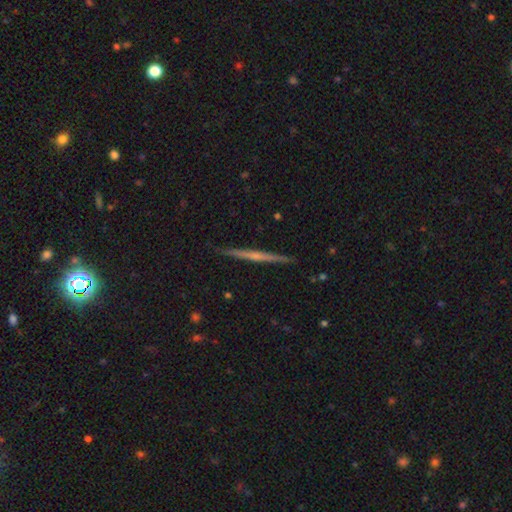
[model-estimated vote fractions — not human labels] This appears to be a featured or disk galaxy (69%) viewed edge-on (98%) with no central bulge (47%). Merging: none (91%).